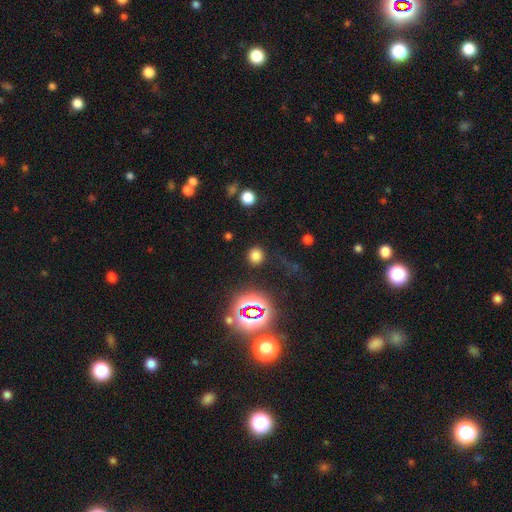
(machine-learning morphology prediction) smooth 71%, star or artifact 23%, featured or disk 6%. Down the decision tree: how rounded — round (87%); merging — none (86%).